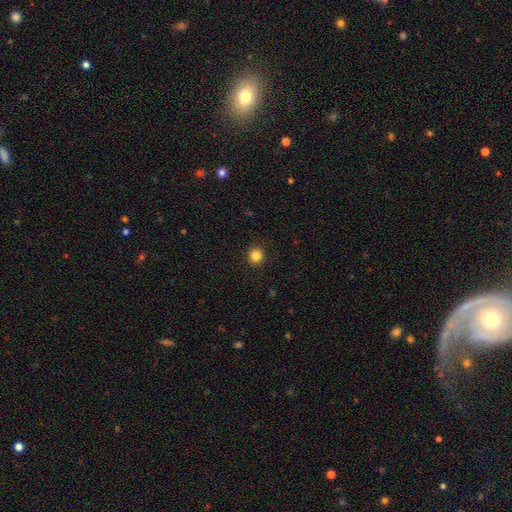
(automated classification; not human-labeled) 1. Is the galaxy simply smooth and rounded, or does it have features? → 84% smooth, 11% star or artifact, 4% featured or disk.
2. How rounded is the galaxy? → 94% round, 5% in between, 1% cigar-shaped.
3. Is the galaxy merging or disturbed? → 93% none, 4% minor disturbance, 2% major disturbance, 1% merger.